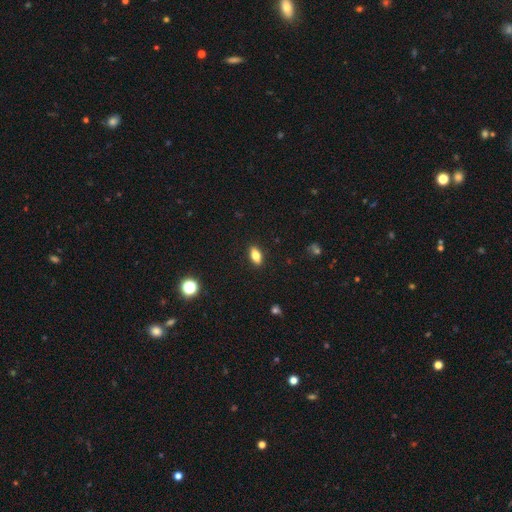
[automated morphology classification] smooth-or-featured: smooth: 75% | featured or disk: 16% | star or artifact: 10%
  how-rounded: in between: 82% | cigar-shaped: 13% | round: 5%
  merging: none: 89% | minor disturbance: 8% | major disturbance: 2% | merger: 1%